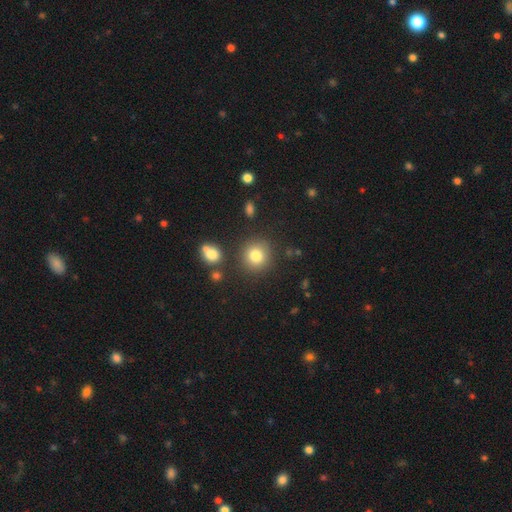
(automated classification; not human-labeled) A smooth galaxy with no disk features (81%) that is round (89%).

Vote fractions:
- Smooth or featured? smooth: 81% / star or artifact: 12% / featured or disk: 7%
- How rounded? round: 89% / in between: 10% / cigar-shaped: 1%
- Merging? none: 84% / minor disturbance: 8% / merger: 5% / major disturbance: 3%